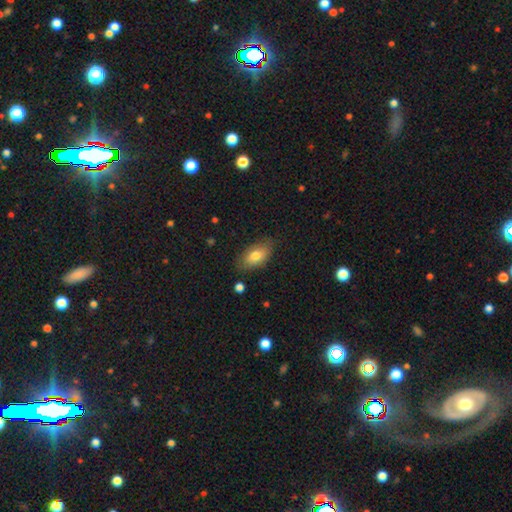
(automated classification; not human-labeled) smooth 76%, featured or disk 17%, star or artifact 7%. Down the decision tree: how rounded — in between (91%); merging — none (79%).